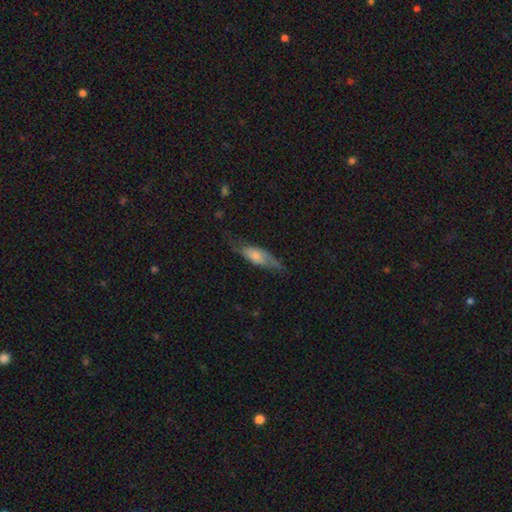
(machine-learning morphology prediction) Smooth or featured: smooth — 54% (featured or disk — 39%)
How rounded: in between — 62% (cigar-shaped — 35%)
Merging: none — 56% (minor disturbance — 29%)